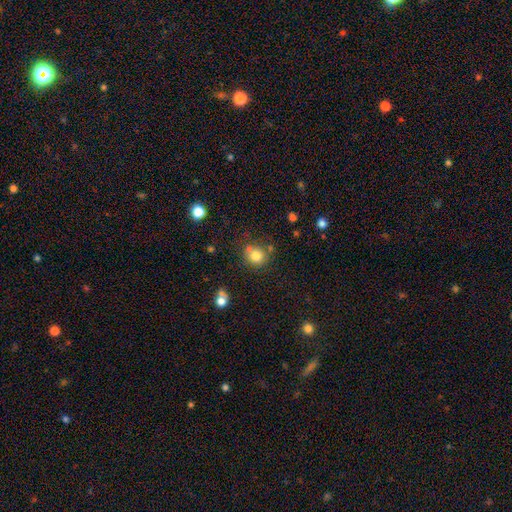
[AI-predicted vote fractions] Morphology: type=smooth (79%); roundness=round (88%); merging=none (67%).